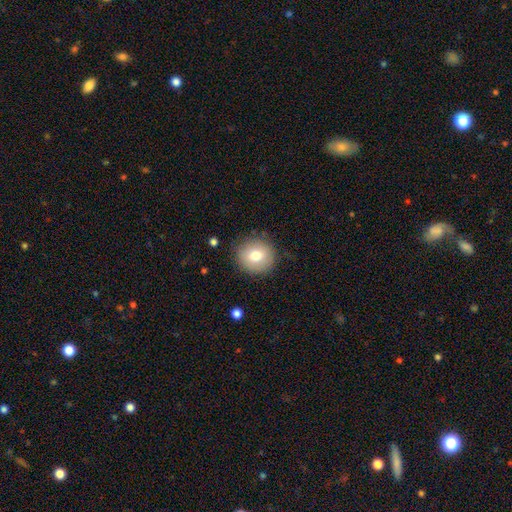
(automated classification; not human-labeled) The model was most divided on "smooth or featured": smooth: 77%, featured or disk: 14%, star or artifact: 9%. More confident: how rounded — round (91%); merging — none (87%).